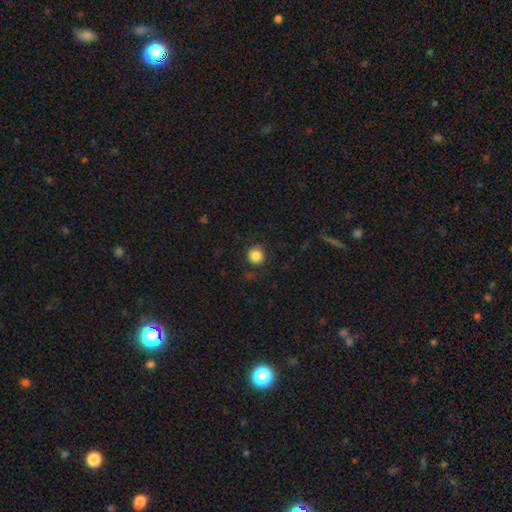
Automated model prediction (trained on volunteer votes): A smooth galaxy with no disk features (85%) that is round (93%). Merging: none (87%).